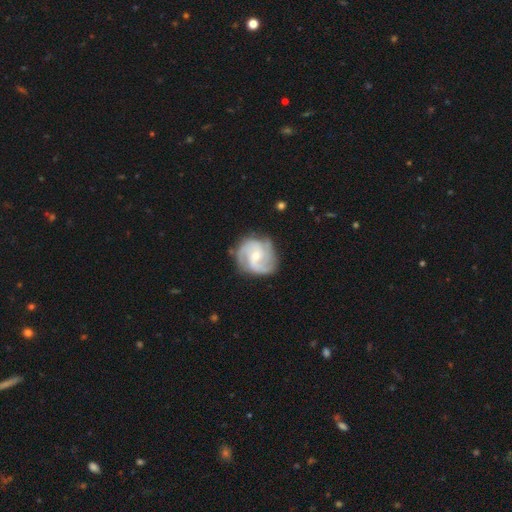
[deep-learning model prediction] Smooth or featured: featured or disk — 87% (smooth — 9%)
Edge-on disk: no — 98% (yes — 2%)
Bar: no — 48% (weak — 42%)
Spiral arms: yes — 97% (no — 3%)
Spiral winding: medium — 48% (tight — 41%)
Spiral arm count: 3 — 44% (2 — 31%)
Bulge size: small — 55% (moderate — 41%)
Merging: none — 75% (minor disturbance — 18%)